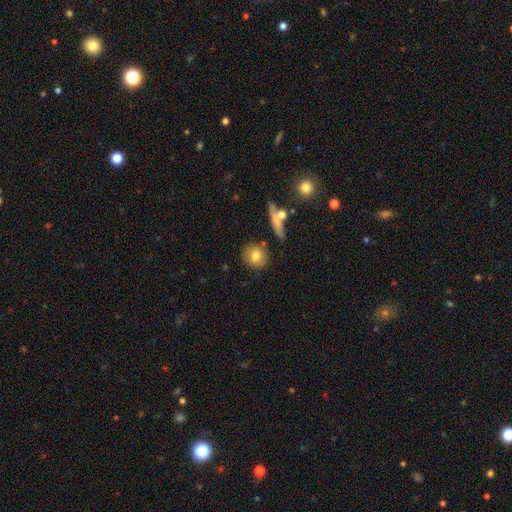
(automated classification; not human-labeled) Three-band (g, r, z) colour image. It shows a smooth galaxy with no disk features (76%) that is round (84%). Merging: none (81%).